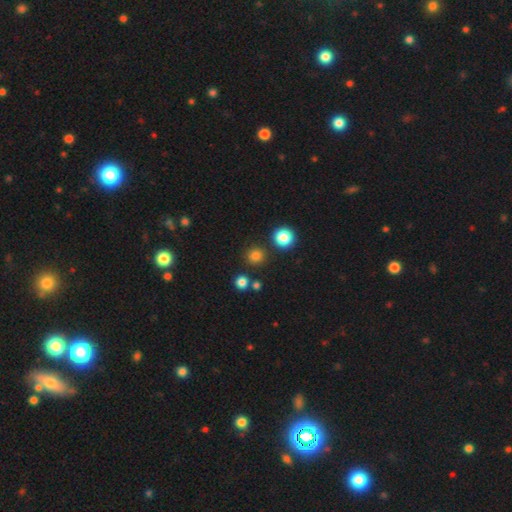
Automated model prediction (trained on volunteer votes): A smooth galaxy with no disk features (80%) that is round (93%).

Vote fractions:
- Smooth or featured? smooth: 80% / star or artifact: 16% / featured or disk: 4%
- How rounded? round: 93% / in between: 6% / cigar-shaped: 1%
- Merging? none: 88% / minor disturbance: 6% / merger: 4% / major disturbance: 2%